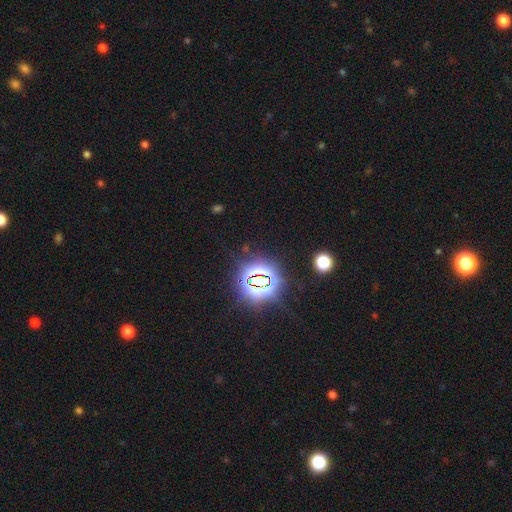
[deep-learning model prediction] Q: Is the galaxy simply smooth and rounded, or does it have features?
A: star or artifact — 83%.